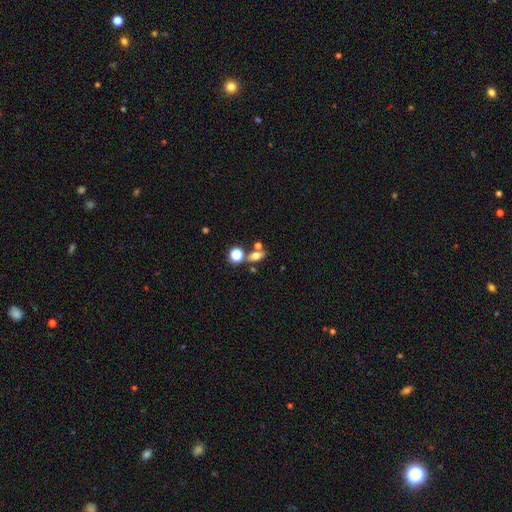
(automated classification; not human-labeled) A smooth galaxy with no disk features (62%) that is in between round and cigar-shaped (65%). Merging: none (60%).